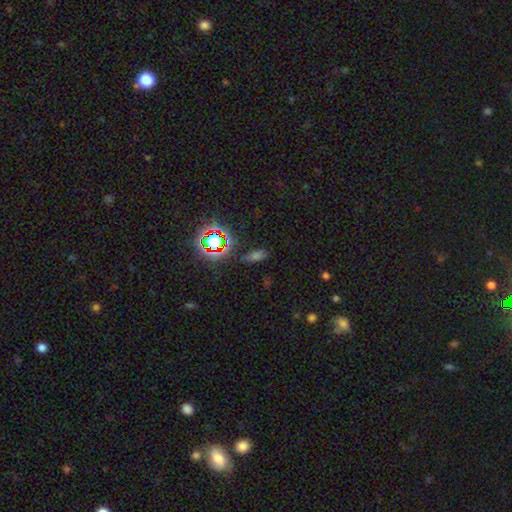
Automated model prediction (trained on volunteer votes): Q: Smooth or featured?
A: smooth (47%); runner-up: star or artifact (42%)
Q: Merging?
A: none (79%); runner-up: minor disturbance (12%)